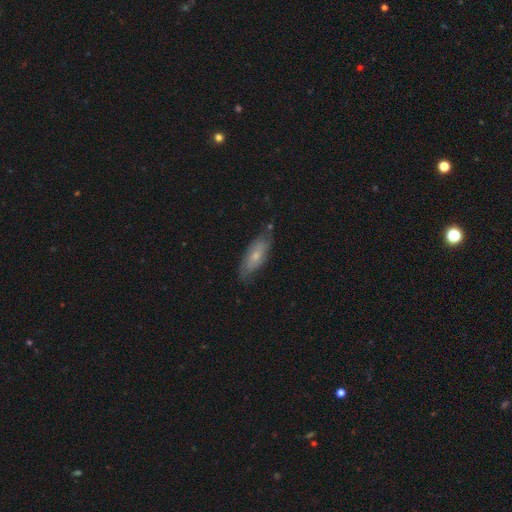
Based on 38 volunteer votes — This appears to be a smooth galaxy with no disk features (50%) that is in between round and cigar-shaped (58%). Merging: none (56%).